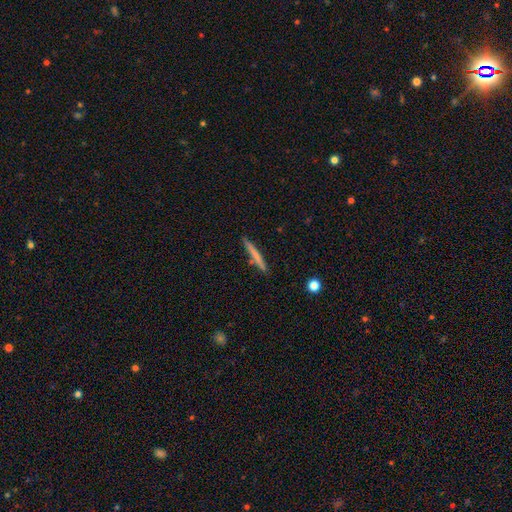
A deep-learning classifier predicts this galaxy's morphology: Smooth or featured?
  - smooth: 67% *
  - featured or disk: 27%
  - star or artifact: 6%
How rounded?
  - cigar-shaped: 96% *
  - in between: 3%
  - round: 1%
Merging?
  - none: 85% *
  - minor disturbance: 10%
  - merger: 3%
  - major disturbance: 2%